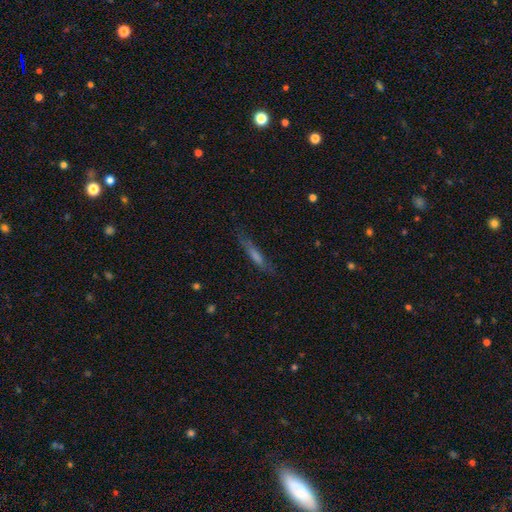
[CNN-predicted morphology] A smooth galaxy with no disk features (46%).

Vote fractions:
- Smooth or featured? smooth: 46% / featured or disk: 42% / star or artifact: 12%
- Merging? none: 75% / minor disturbance: 18% / major disturbance: 5% / merger: 2%